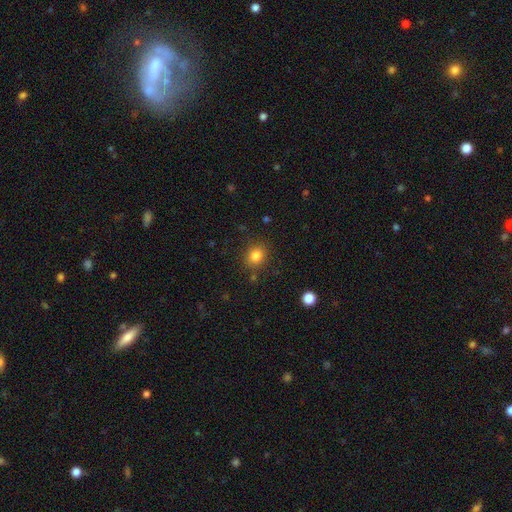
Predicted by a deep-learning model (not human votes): Smooth or featured? Predicted: smooth (p=0.82). How rounded? Predicted: round (p=0.66). Merging? Predicted: none (p=0.84).